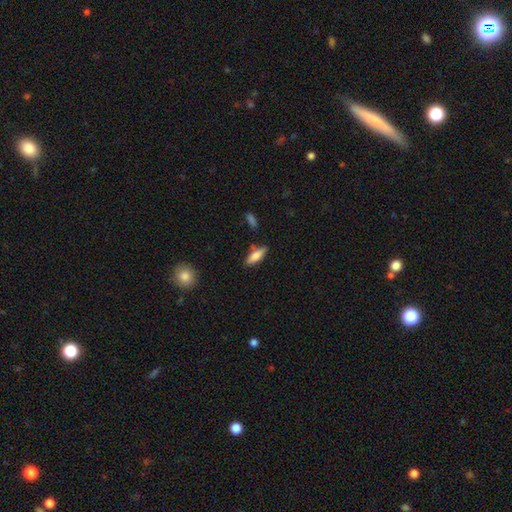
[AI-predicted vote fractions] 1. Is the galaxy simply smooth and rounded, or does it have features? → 74% smooth, 20% featured or disk, 6% star or artifact.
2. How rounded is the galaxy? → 55% in between, 43% cigar-shaped, 2% round.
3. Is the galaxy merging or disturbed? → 79% none, 14% minor disturbance, 5% merger, 3% major disturbance.